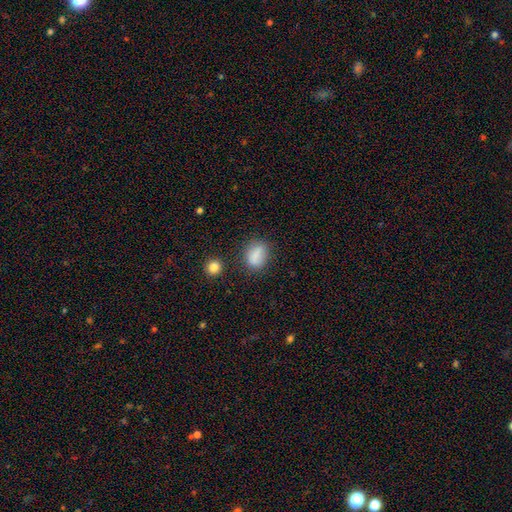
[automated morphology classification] Q: Smooth or featured?
A: smooth (80%); runner-up: featured or disk (10%)
Q: How rounded?
A: in between (71%); runner-up: round (24%)
Q: Merging?
A: none (74%); runner-up: minor disturbance (17%)